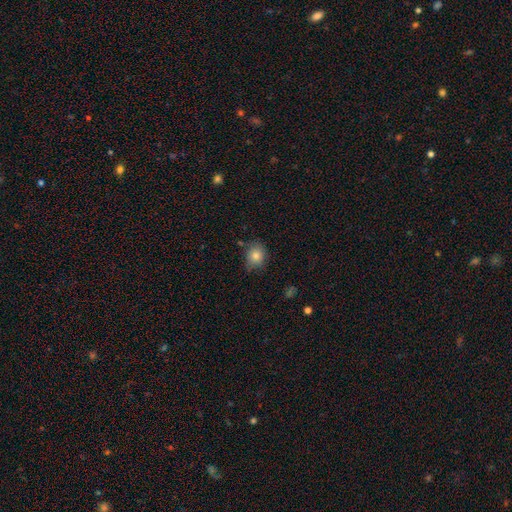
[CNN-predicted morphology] The model was most divided on "how rounded": round: 54%, in between: 45%, cigar-shaped: 1%. More confident: smooth or featured — smooth (82%); merging — none (71%).